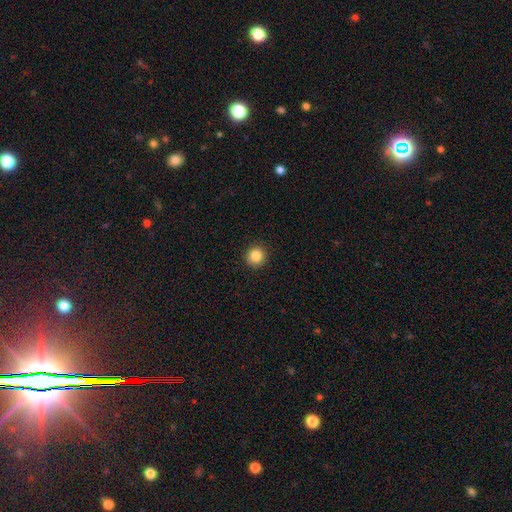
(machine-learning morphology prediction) Overall: smooth (85%). How rounded: round (93%). Merging: none (92%).